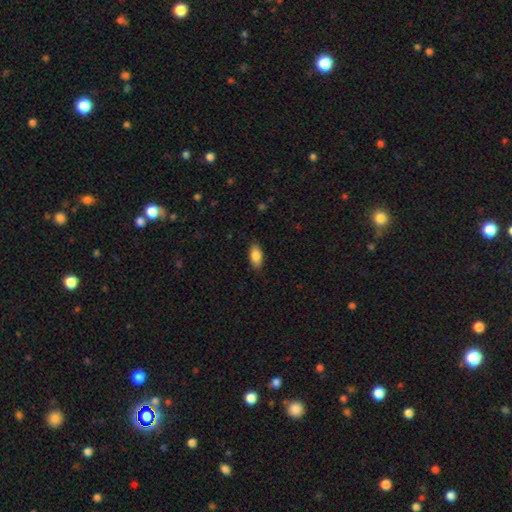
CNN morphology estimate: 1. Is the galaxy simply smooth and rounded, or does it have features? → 87% smooth, 7% star or artifact, 6% featured or disk.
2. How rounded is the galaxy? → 91% in between, 6% cigar-shaped, 4% round.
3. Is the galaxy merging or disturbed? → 84% none, 12% minor disturbance, 3% major disturbance, 1% merger.